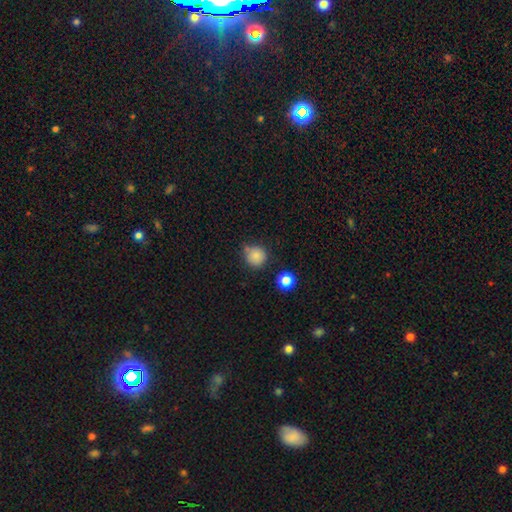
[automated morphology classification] smooth 83%, star or artifact 11%, featured or disk 5%. Down the decision tree: how rounded — round (91%); merging — none (69%).